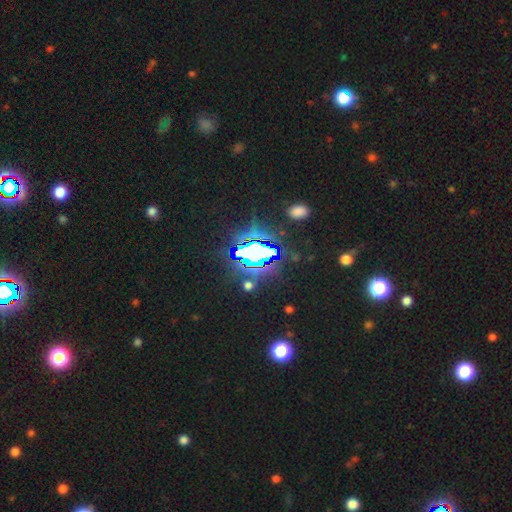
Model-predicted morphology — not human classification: A star or artifact, not a galaxy (82%).

Vote fractions:
- Smooth or featured? star or artifact: 82% / smooth: 11% / featured or disk: 7%